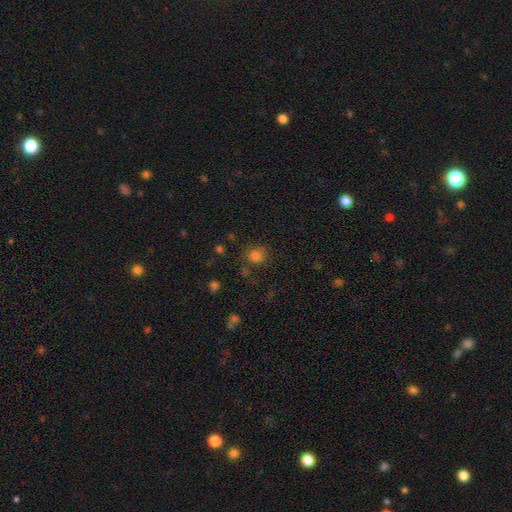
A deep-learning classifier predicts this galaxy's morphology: Smooth or featured? Predicted: smooth (p=0.79). How rounded? Predicted: round (p=0.82). Merging? Predicted: none (p=0.76).